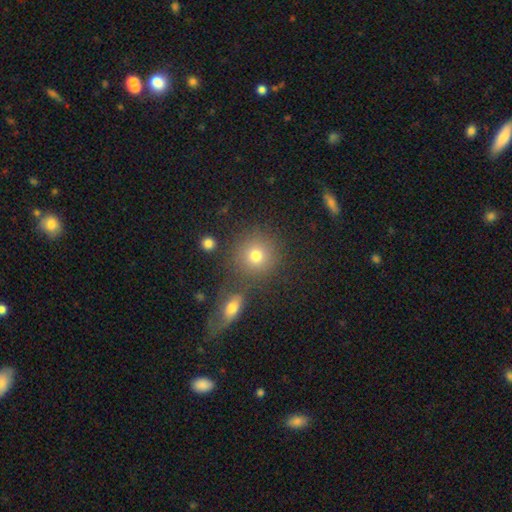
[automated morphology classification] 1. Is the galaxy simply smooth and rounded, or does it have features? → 76% smooth, 14% star or artifact, 10% featured or disk.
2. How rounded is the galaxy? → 89% round, 10% in between, 1% cigar-shaped.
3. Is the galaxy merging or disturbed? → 76% none, 12% merger, 9% minor disturbance, 4% major disturbance.